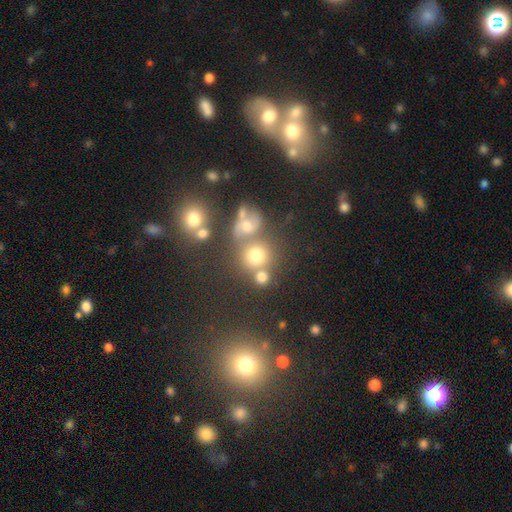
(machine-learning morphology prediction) Overall: smooth (71%). How rounded: round (84%). Merging: none (50%; merger 34%).